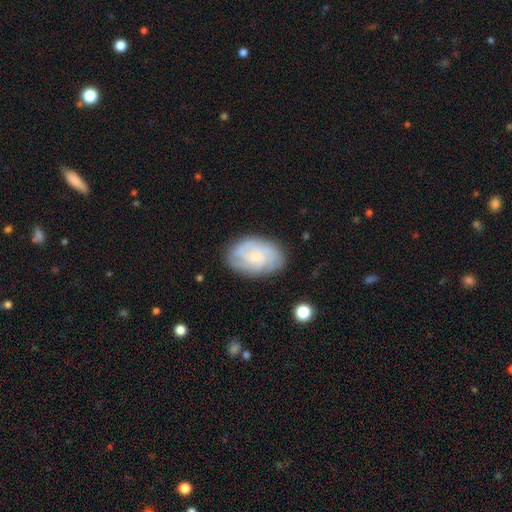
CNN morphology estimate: Smooth or featured: featured or disk — 70% (smooth — 23%)
Edge-on disk: no — 97% (yes — 3%)
Bar: no — 65% (weak — 31%)
Spiral arms: yes — 93% (no — 7%)
Spiral winding: tight — 59% (medium — 32%)
Spiral arm count: can't tell — 36% (3 — 25%)
Bulge size: small — 58% (moderate — 25%)
Merging: none — 78% (minor disturbance — 16%)